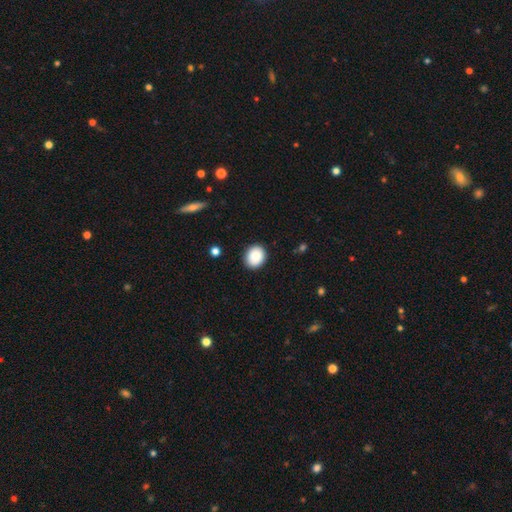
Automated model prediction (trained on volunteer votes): This appears to be a smooth galaxy with no disk features (88%) that is round (55%). Merging: none (88%).